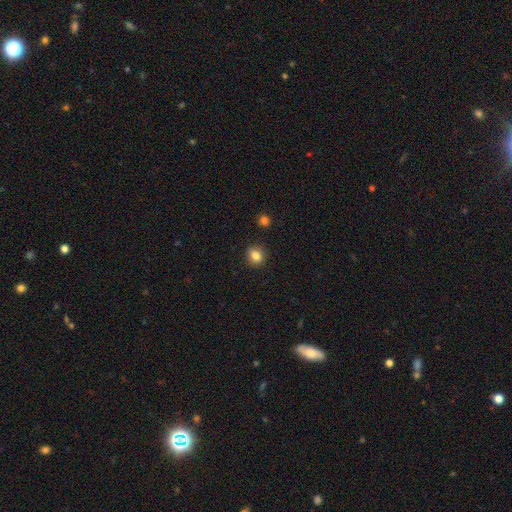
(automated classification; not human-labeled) Morphology: type=smooth (83%); roundness=round (77%); merging=none (90%).